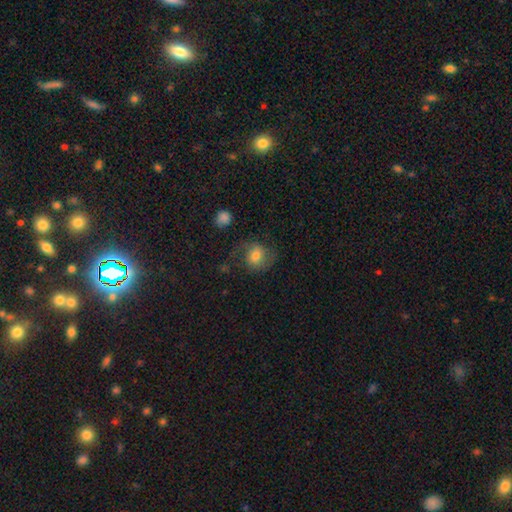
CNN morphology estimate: Smooth or featured? smooth (47%)
Merging? none (64%)